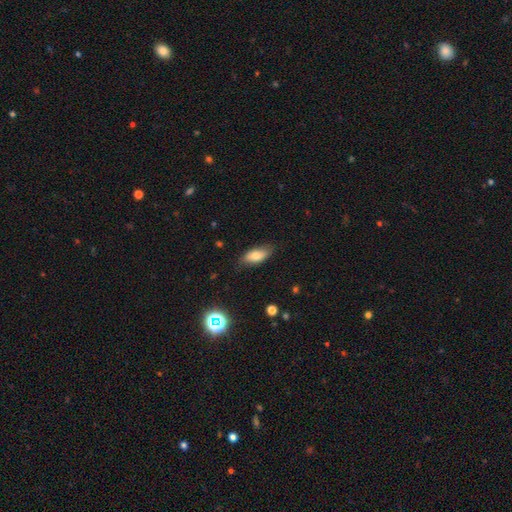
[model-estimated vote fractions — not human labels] Smooth or featured? smooth (72%)
How rounded? in between (84%)
Merging? none (79%)